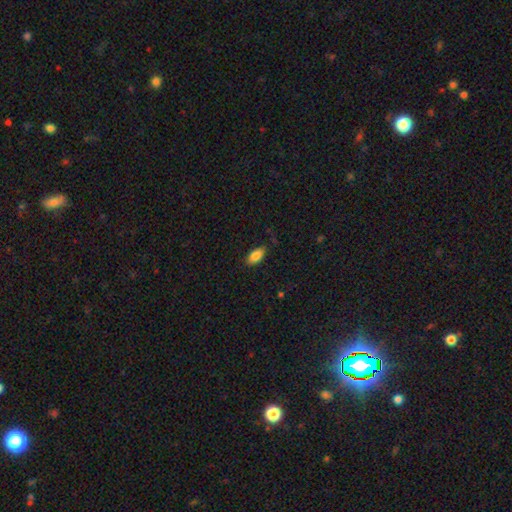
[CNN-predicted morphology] type=smooth (85%); roundness=in between (90%); merging=none (81%).